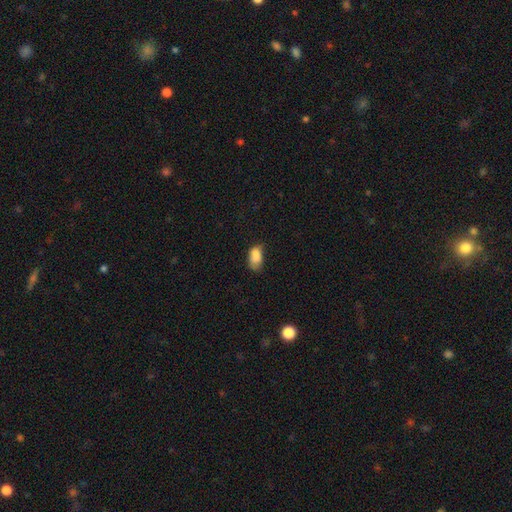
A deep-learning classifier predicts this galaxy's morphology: smooth 79%, featured or disk 11%, star or artifact 10%. Down the decision tree: how rounded — in between (88%); merging — none (41%).